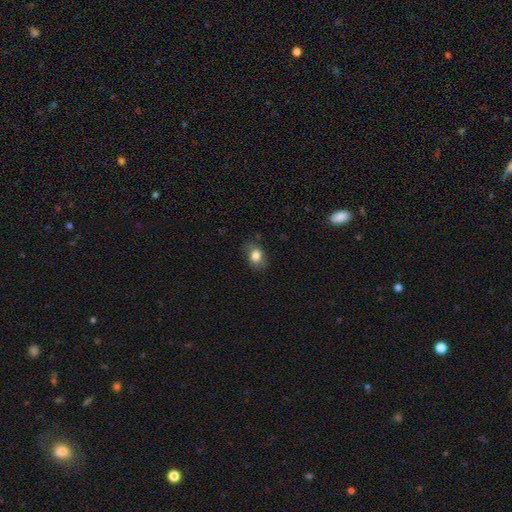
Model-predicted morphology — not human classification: The model was most divided on "how rounded": in between: 70%, round: 29%, cigar-shaped: 1%. More confident: smooth or featured — smooth (80%); merging — none (77%).